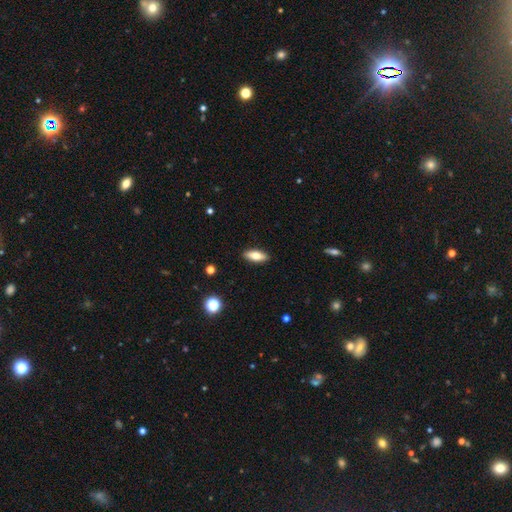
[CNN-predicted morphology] Overall: smooth (71%). How rounded: in between (71%). Merging: none (90%).